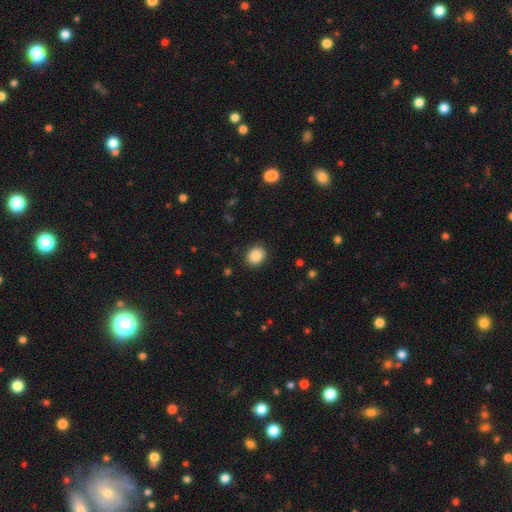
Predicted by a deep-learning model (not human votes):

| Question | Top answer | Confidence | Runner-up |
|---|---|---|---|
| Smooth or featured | smooth | 85% | star or artifact (9%) |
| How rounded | round | 67% | in between (32%) |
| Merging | none | 90% | minor disturbance (7%) |